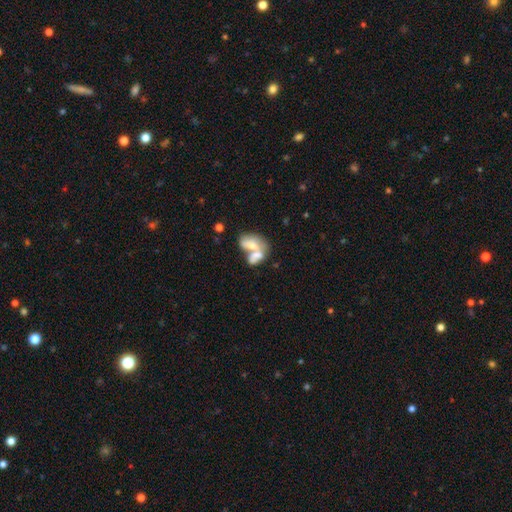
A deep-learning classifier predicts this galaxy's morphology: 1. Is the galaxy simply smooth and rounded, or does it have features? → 61% smooth, 31% featured or disk, 8% star or artifact.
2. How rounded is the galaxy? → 86% in between, 11% round, 3% cigar-shaped.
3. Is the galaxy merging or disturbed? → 71% merger, 15% none, 7% minor disturbance, 7% major disturbance.